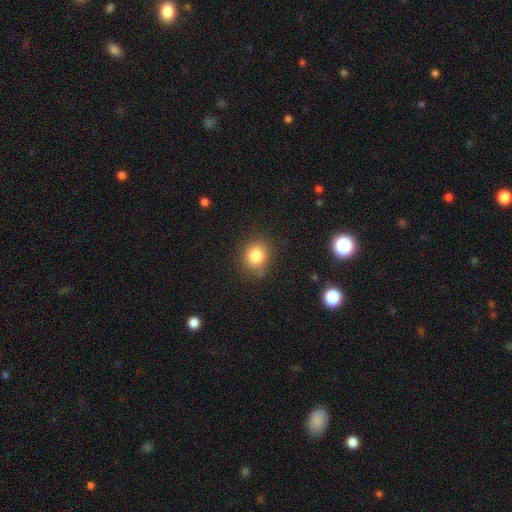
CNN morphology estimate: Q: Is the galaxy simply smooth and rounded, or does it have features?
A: smooth — 82%.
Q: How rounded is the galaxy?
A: round — 74%.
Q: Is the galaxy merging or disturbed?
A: none — 81%.